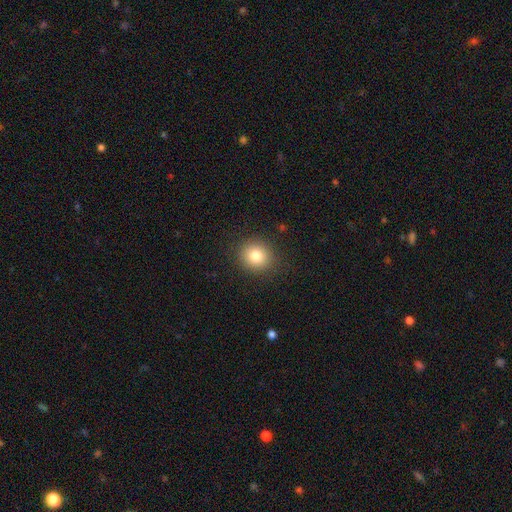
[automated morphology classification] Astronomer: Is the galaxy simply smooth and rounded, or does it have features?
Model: smooth — 81%.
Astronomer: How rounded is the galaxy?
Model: round — 83%.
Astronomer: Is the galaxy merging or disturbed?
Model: none — 88%.